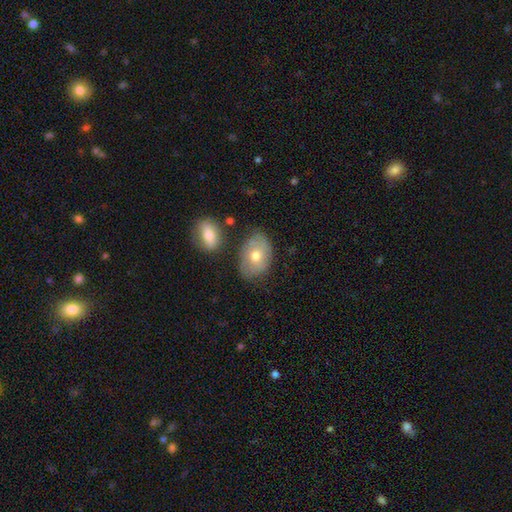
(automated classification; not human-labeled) smooth_or_featured: smooth (p=0.59) [alt: featured or disk p=0.33]
how_rounded: in between (p=0.79) [alt: round p=0.20]
merging: none (p=0.63) [alt: minor disturbance p=0.24]